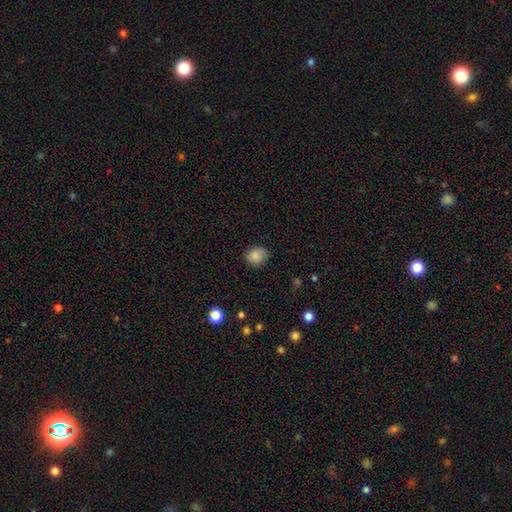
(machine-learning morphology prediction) smooth 85%, star or artifact 9%, featured or disk 6%. Down the decision tree: how rounded — round (67%); merging — none (77%).